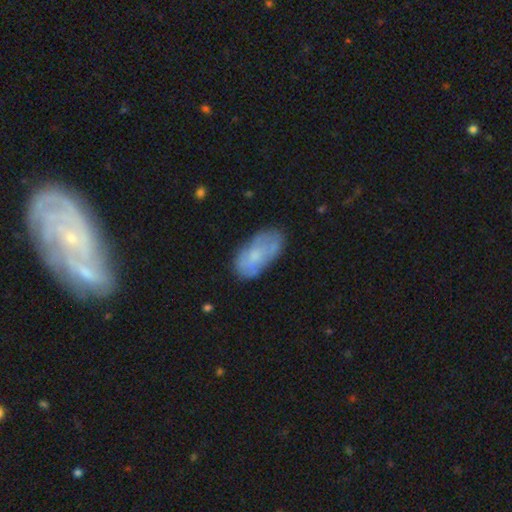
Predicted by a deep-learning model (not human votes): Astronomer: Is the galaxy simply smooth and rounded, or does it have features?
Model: smooth — 57% (runner-up: featured or disk, 35%).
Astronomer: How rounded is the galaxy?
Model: in between — 93%.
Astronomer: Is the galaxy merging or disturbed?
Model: none — 63%.